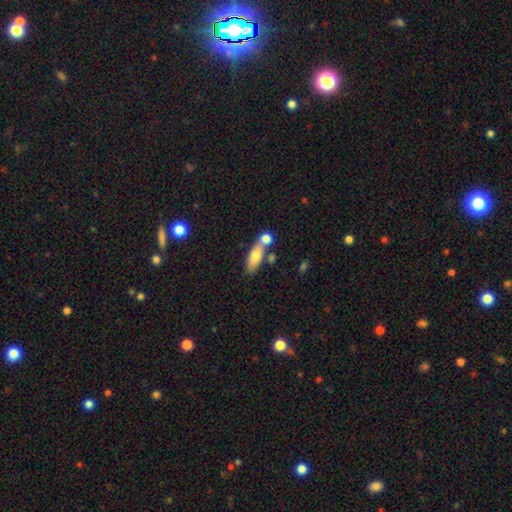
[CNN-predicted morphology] Q: Smooth or featured?
A: smooth (71%); runner-up: featured or disk (21%)
Q: How rounded?
A: in between (66%); runner-up: cigar-shaped (28%)
Q: Merging?
A: none (47%); runner-up: merger (35%)